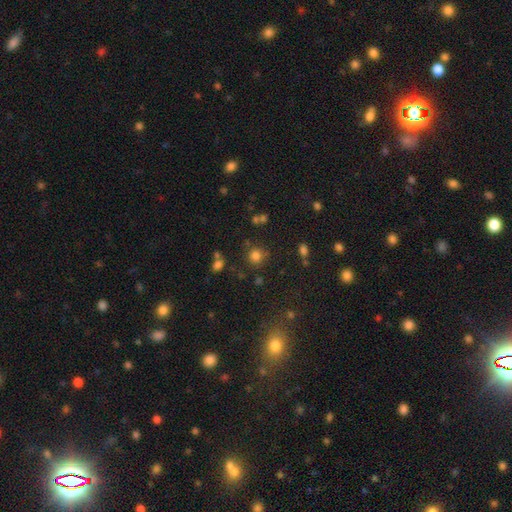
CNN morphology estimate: smooth 77%, star or artifact 17%, featured or disk 6%. Down the decision tree: how rounded — round (89%); merging — none (77%).